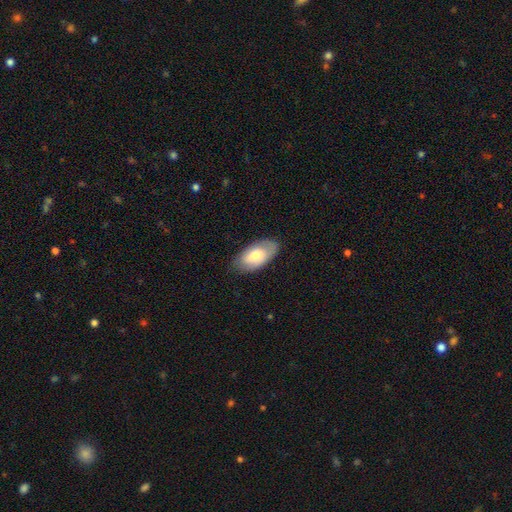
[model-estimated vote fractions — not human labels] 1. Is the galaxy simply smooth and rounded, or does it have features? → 71% smooth, 23% featured or disk, 6% star or artifact.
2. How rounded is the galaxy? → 94% in between, 3% round, 3% cigar-shaped.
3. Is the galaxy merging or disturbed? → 78% none, 17% minor disturbance, 4% major disturbance, 1% merger.